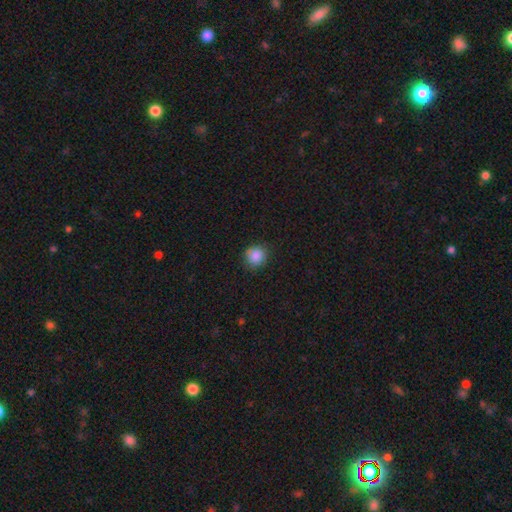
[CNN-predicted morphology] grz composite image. It shows a smooth galaxy with no disk features (87%) that is round (88%). Merging: none (82%).